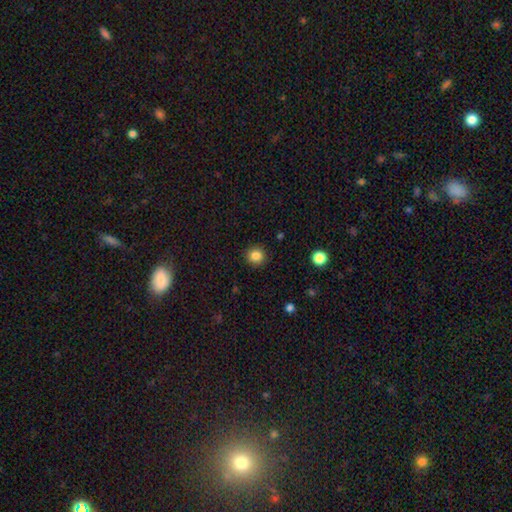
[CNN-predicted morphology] A smooth galaxy with no disk features (85%) that is round (88%).

Vote fractions:
- Smooth or featured? smooth: 85% / star or artifact: 11% / featured or disk: 4%
- How rounded? round: 88% / in between: 11% / cigar-shaped: 1%
- Merging? none: 91% / minor disturbance: 6% / major disturbance: 2% / merger: 1%